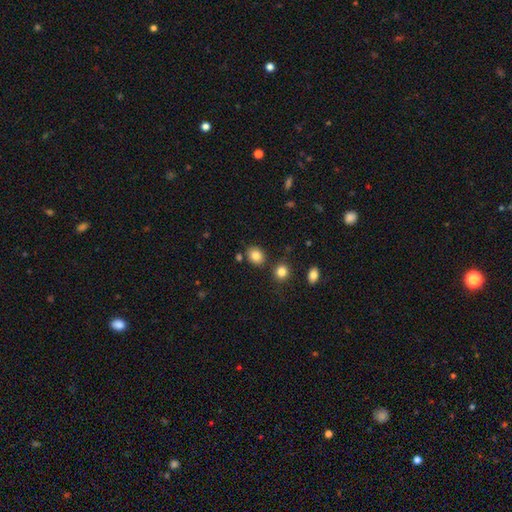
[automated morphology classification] Smooth or featured? Predicted: smooth (p=0.84). How rounded? Predicted: round (p=0.60). Merging? Predicted: none (p=0.80).